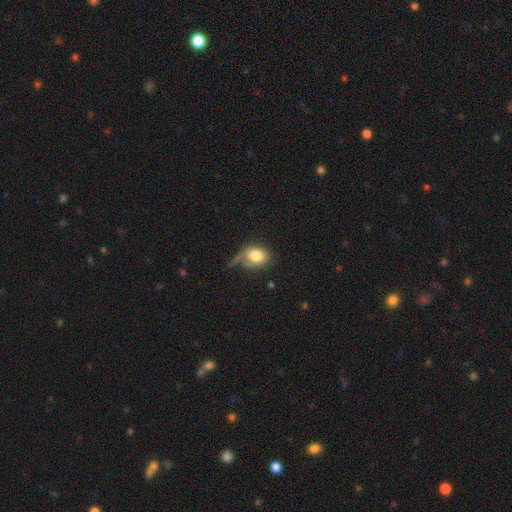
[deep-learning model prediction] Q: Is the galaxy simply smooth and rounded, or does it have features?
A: smooth — 75%.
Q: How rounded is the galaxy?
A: in between — 60%.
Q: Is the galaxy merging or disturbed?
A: none — 36%.